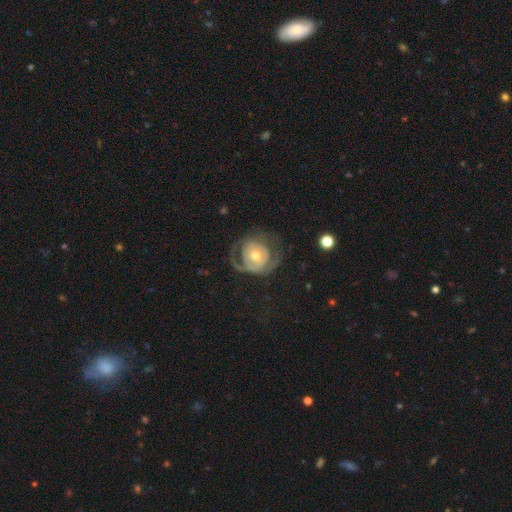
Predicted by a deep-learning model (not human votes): smooth_or_featured: featured or disk (p=0.67) [alt: smooth p=0.26]
disk_edge_on: no (p=0.96) [alt: yes p=0.04]
bar: no (p=0.74) [alt: weak p=0.20]
has_spiral_arms: yes (p=0.69) [alt: no p=0.31]
bulge_size: moderate (p=0.68) [alt: small p=0.23]
merging: none (p=0.45) [alt: major disturbance p=0.34]